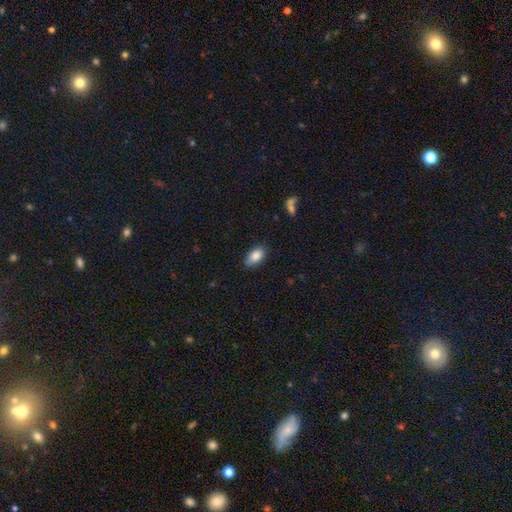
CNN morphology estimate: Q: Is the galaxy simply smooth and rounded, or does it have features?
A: smooth — 85%.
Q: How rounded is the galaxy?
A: in between — 92%.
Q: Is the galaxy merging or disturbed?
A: none — 80%.